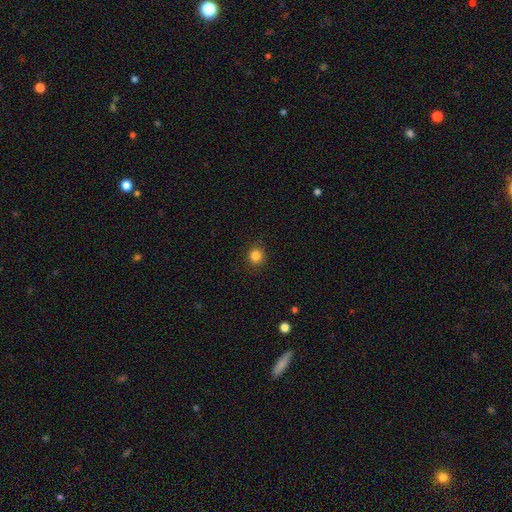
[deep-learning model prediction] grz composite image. It shows a smooth galaxy with no disk features (84%) that is round (90%). Merging: none (90%).